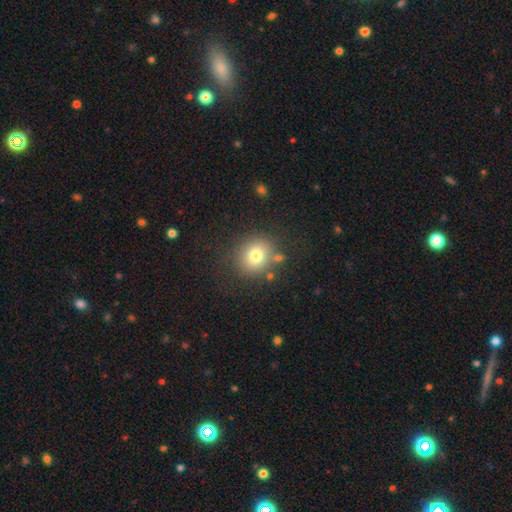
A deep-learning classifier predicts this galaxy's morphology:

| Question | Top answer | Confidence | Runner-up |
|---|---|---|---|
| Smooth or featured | smooth | 76% | star or artifact (13%) |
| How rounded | round | 79% | in between (20%) |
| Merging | none | 79% | minor disturbance (11%) |